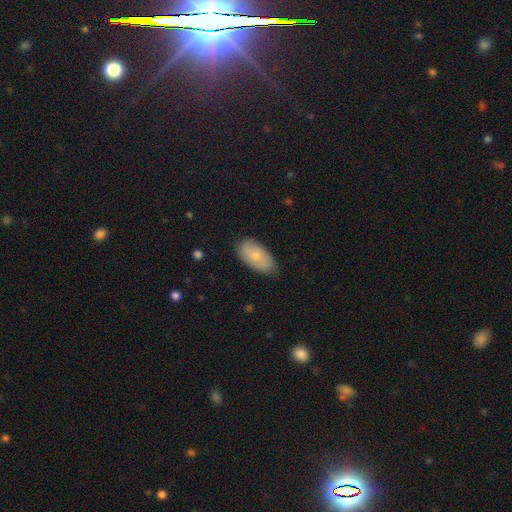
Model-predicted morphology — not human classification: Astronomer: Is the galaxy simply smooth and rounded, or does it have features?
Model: smooth — 72%.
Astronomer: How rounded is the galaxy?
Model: in between — 94%.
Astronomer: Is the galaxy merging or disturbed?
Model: none — 77%.